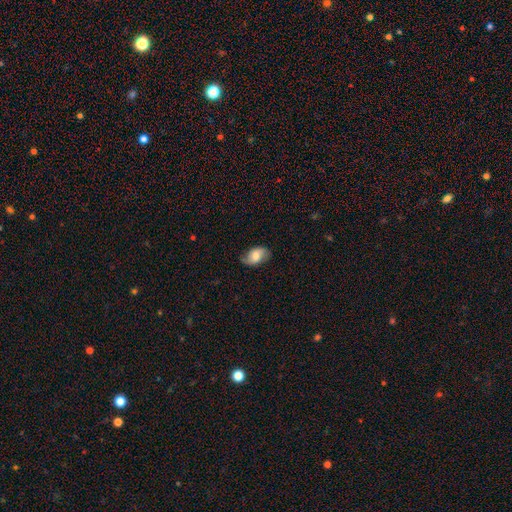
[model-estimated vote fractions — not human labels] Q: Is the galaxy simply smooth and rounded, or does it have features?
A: smooth — 50%.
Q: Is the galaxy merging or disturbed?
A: none — 73%.